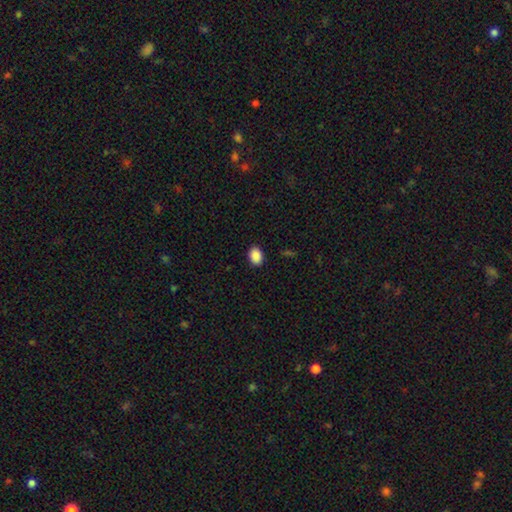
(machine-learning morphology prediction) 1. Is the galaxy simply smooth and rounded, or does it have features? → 90% smooth, 8% star or artifact, 3% featured or disk.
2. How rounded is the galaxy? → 76% in between, 23% round, 1% cigar-shaped.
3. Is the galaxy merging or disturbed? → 89% none, 8% minor disturbance, 2% major disturbance, 1% merger.